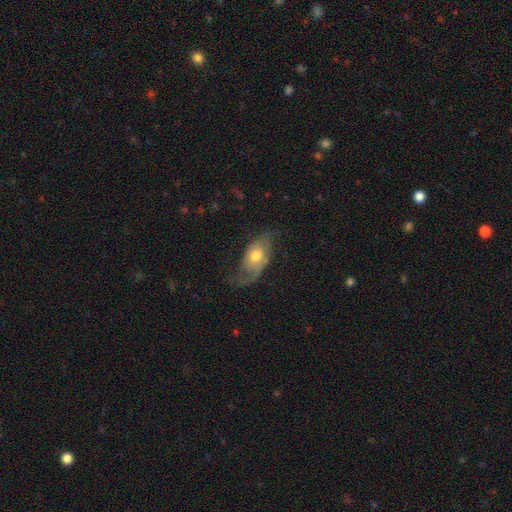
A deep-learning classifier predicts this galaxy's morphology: A featured or disk galaxy (55%). Merging: none (45%).